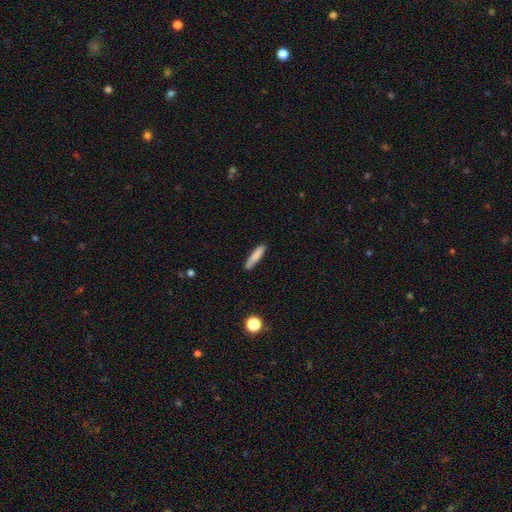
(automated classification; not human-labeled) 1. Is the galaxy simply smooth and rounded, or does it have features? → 82% smooth, 12% featured or disk, 7% star or artifact.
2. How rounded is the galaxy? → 87% cigar-shaped, 12% in between, 1% round.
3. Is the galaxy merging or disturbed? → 81% none, 14% minor disturbance, 3% major disturbance, 2% merger.